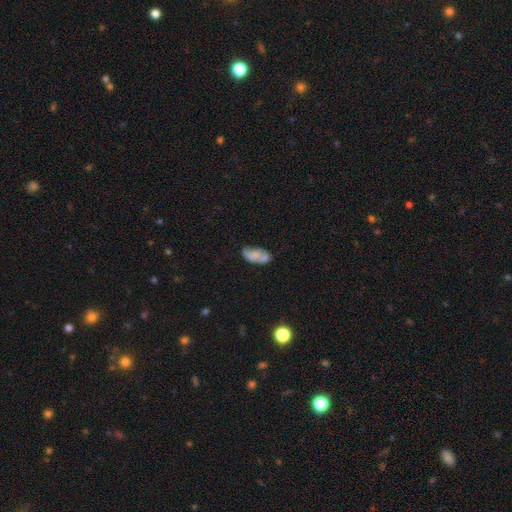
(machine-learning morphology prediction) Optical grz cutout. It shows a smooth galaxy with no disk features (63%) that is in between round and cigar-shaped (91%). Merging: none (44%).